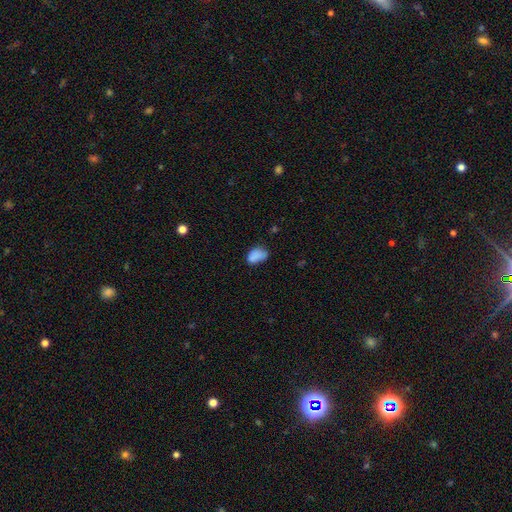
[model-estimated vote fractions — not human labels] Morphology: type=smooth (83%); roundness=in between (84%); merging=none (50%).